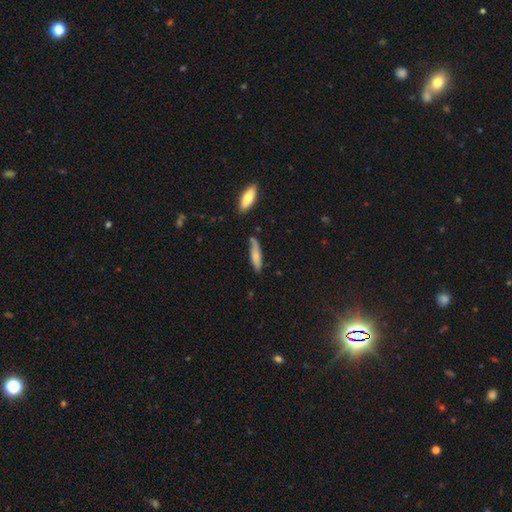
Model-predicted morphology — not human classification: type=smooth (72%); roundness=cigar-shaped (69%); merging=none (64%).